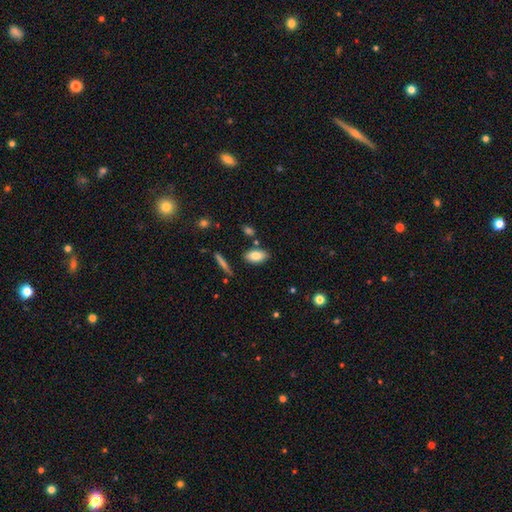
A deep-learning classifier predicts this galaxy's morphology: This is clearly a smooth galaxy (80%). How rounded: clearly in between (90%). Merging: clearly none (81%).